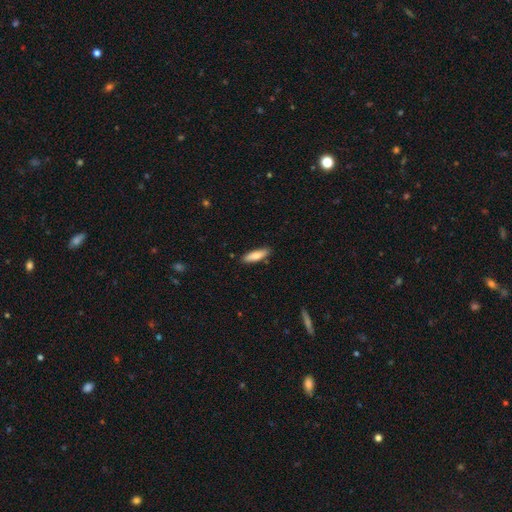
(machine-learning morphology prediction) Smooth or featured? Predicted: smooth (p=0.81). How rounded? Predicted: cigar-shaped (p=0.60). Merging? Predicted: none (p=0.86).